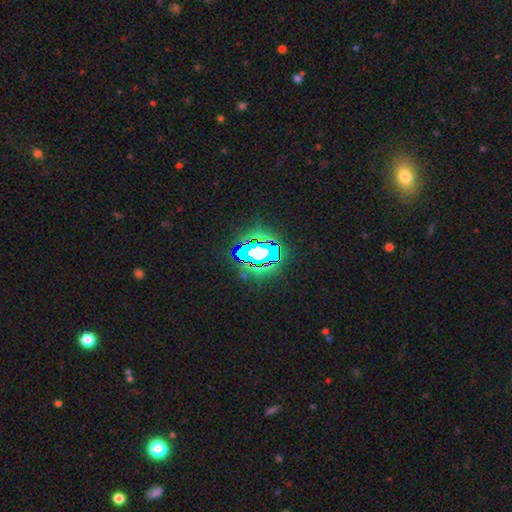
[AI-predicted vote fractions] Smooth or featured? star or artifact (66%)